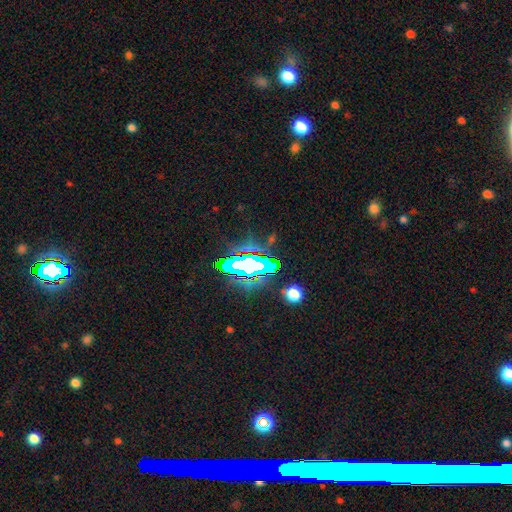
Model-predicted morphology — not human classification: Smooth or featured: star or artifact — 67% (featured or disk — 17%)